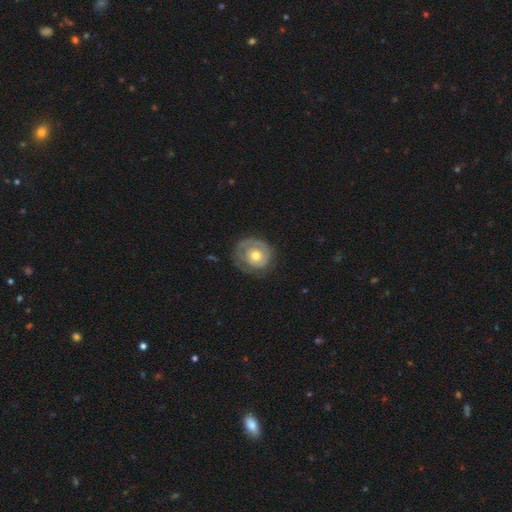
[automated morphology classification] This is likely a featured or disk galaxy (63%). It is clearly not viewed edge-on (97%). Bar: clearly no (84%). Spiral arm pattern: likely yes (73%). Central bulge: likely moderate (66%). Merging: likely none (70%).